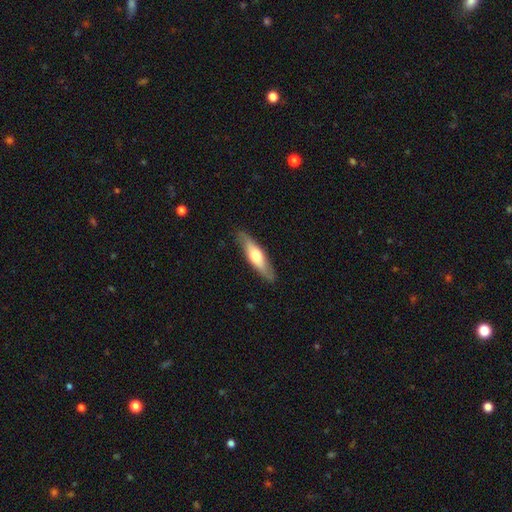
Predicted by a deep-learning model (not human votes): Overall: smooth (54%; featured or disk 40%). How rounded: cigar-shaped (70%). Merging: none (85%).